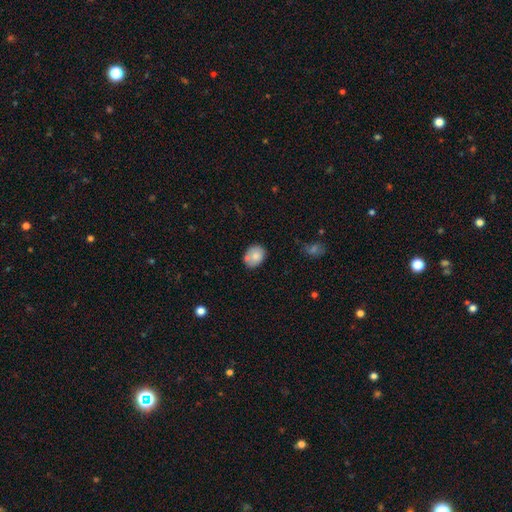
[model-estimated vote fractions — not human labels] This appears to be a smooth galaxy with no disk features (77%) that is in between round and cigar-shaped (58%). Merging: none (61%).